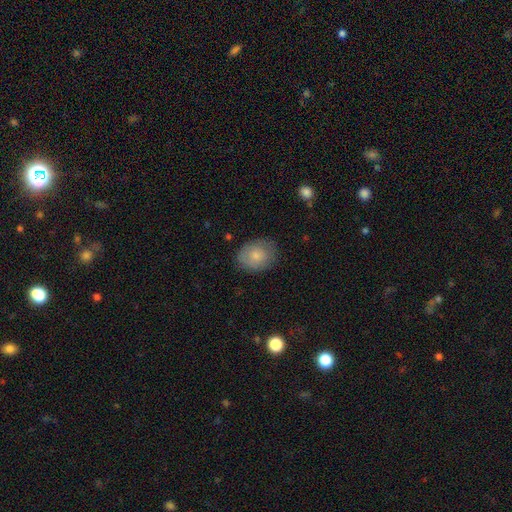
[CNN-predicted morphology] The model was most divided on "how rounded": in between: 57%, round: 42%, cigar-shaped: 1%. More confident: merging — none (76%); smooth or featured — smooth (76%).